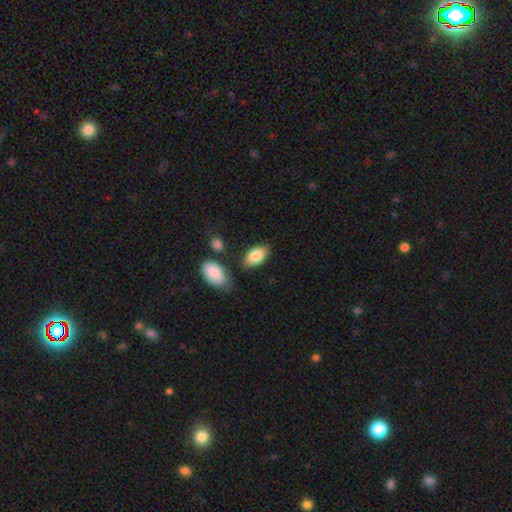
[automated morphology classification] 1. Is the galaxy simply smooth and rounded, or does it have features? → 83% smooth, 10% featured or disk, 6% star or artifact.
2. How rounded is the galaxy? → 94% in between, 4% round, 2% cigar-shaped.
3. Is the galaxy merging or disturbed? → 77% none, 14% minor disturbance, 6% merger, 3% major disturbance.